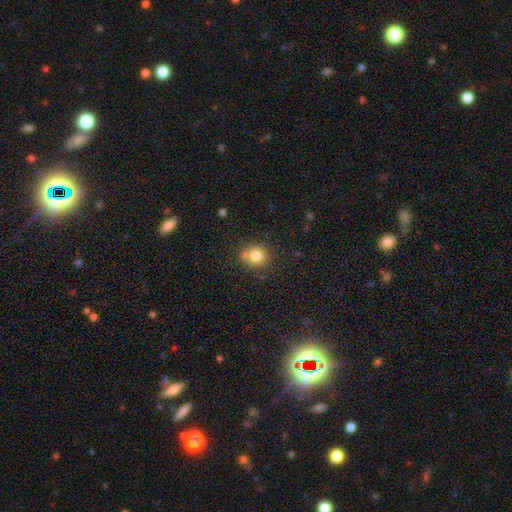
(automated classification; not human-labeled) A smooth galaxy with no disk features (80%) that is round (82%). Merging: none (74%).